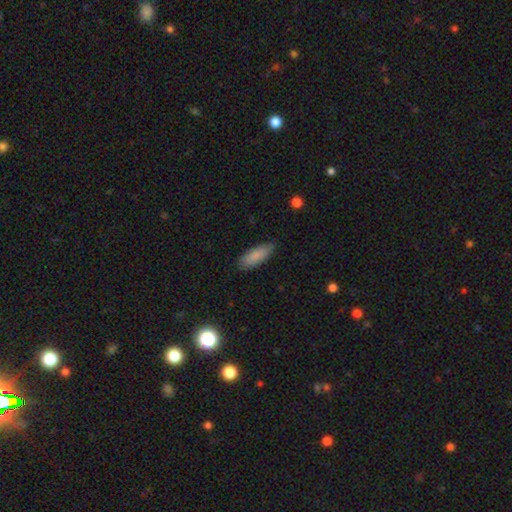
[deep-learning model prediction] The model was most divided on "how rounded": in between: 65%, cigar-shaped: 33%, round: 2%. More confident: smooth or featured — smooth (87%); merging — none (82%).